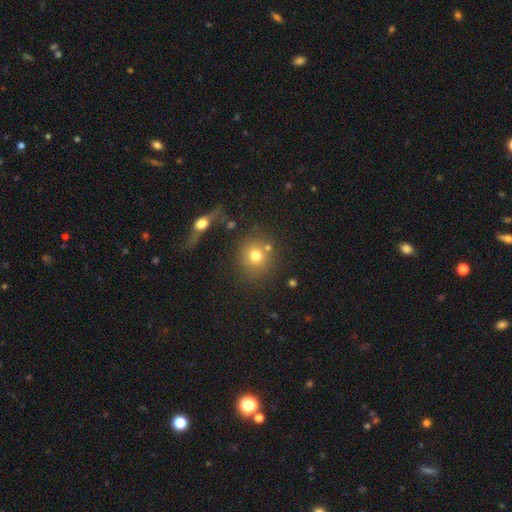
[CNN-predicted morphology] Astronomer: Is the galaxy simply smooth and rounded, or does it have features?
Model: smooth — 74%.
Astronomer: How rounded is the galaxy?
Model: round — 89%.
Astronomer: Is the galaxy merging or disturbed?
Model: none — 74%.